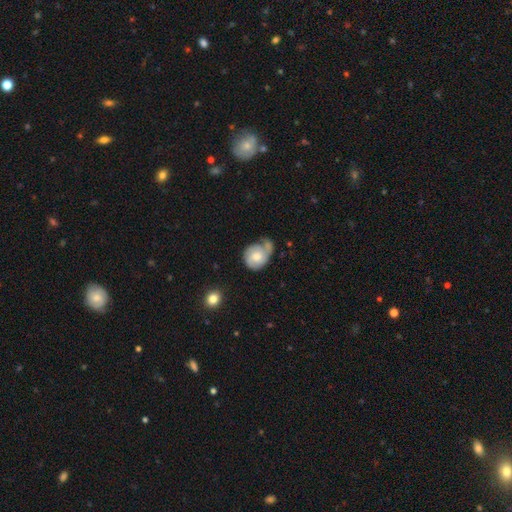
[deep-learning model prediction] This is possibly a featured or disk galaxy (47%). Merging: marginally none (34%).